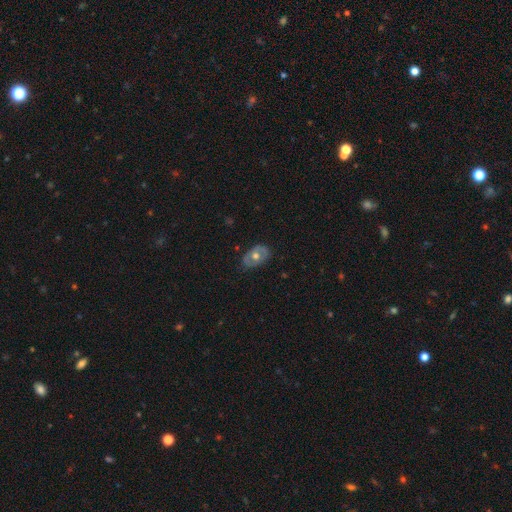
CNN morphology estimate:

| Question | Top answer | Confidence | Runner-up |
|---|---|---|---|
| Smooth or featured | featured or disk | 53% | smooth (40%) |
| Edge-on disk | no | 91% | yes (9%) |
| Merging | none | 81% | minor disturbance (15%) |